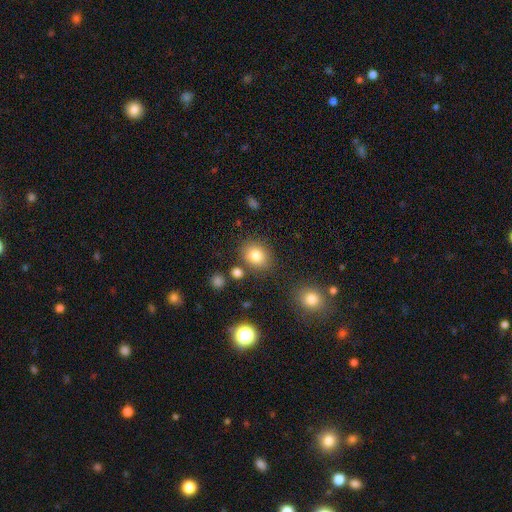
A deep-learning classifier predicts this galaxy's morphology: Smooth or featured?
  - smooth: 81% *
  - star or artifact: 11%
  - featured or disk: 8%
How rounded?
  - round: 59% *
  - in between: 40%
  - cigar-shaped: 1%
Merging?
  - none: 80% *
  - minor disturbance: 11%
  - merger: 6%
  - major disturbance: 4%